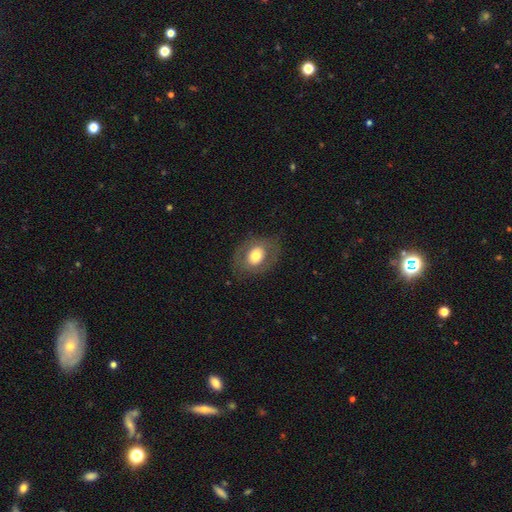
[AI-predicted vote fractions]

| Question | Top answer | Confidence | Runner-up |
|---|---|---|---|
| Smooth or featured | smooth | 59% | featured or disk (33%) |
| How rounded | in between | 60% | round (39%) |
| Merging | none | 76% | minor disturbance (14%) |